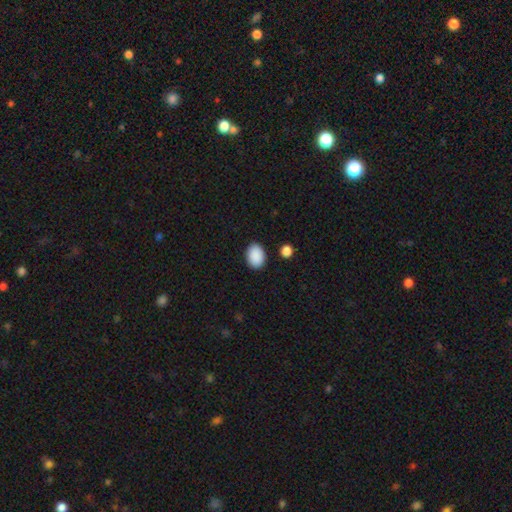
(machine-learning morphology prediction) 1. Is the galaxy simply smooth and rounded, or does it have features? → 91% smooth, 7% star or artifact, 3% featured or disk.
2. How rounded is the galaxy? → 78% in between, 21% round, 1% cigar-shaped.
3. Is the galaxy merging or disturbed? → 88% none, 8% minor disturbance, 2% major disturbance, 2% merger.